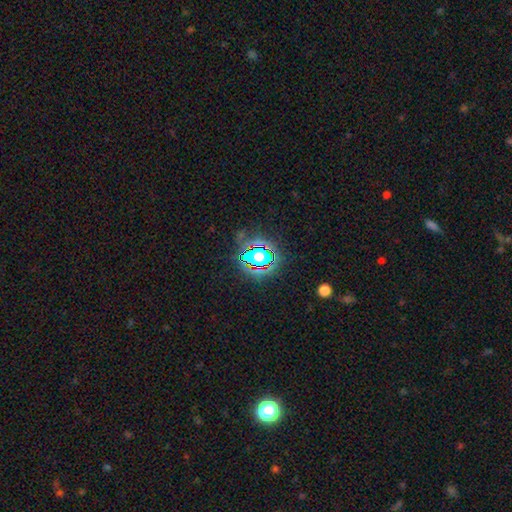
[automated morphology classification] star or artifact 78%, smooth 13%, featured or disk 9%.